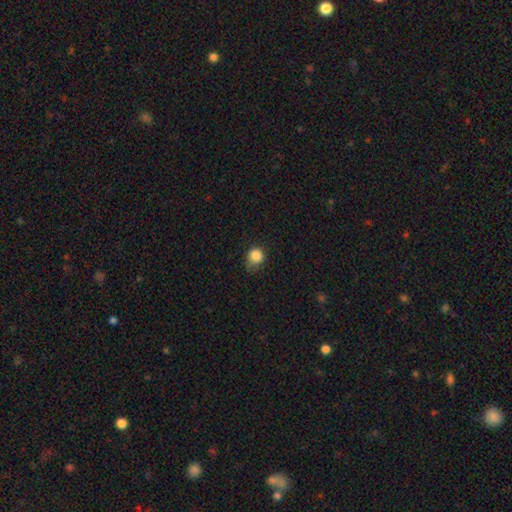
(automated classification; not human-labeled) Smooth or featured? smooth (85%)
How rounded? round (81%)
Merging? none (56%)